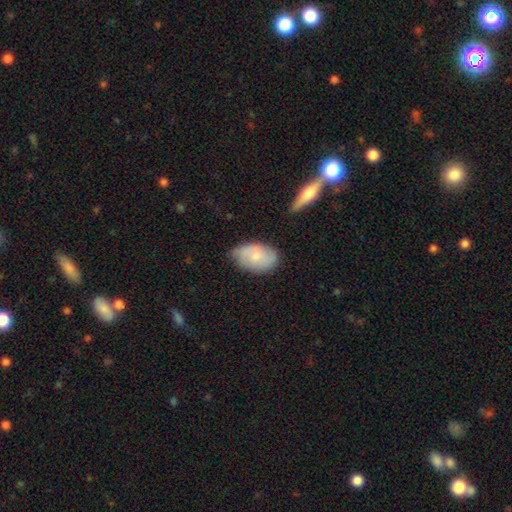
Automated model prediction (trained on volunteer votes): Smooth or featured? smooth (59%)
How rounded? in between (91%)
Merging? none (67%)